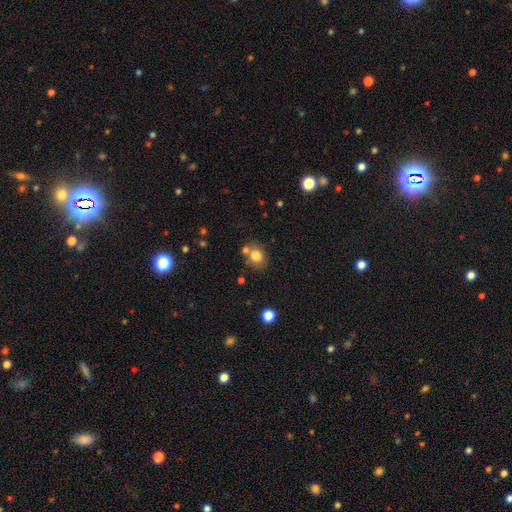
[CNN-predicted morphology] smooth_or_featured: smooth (p=0.80) [alt: star or artifact p=0.11]
how_rounded: round (p=0.65) [alt: in between p=0.35]
merging: none (p=0.63) [alt: merger p=0.19]